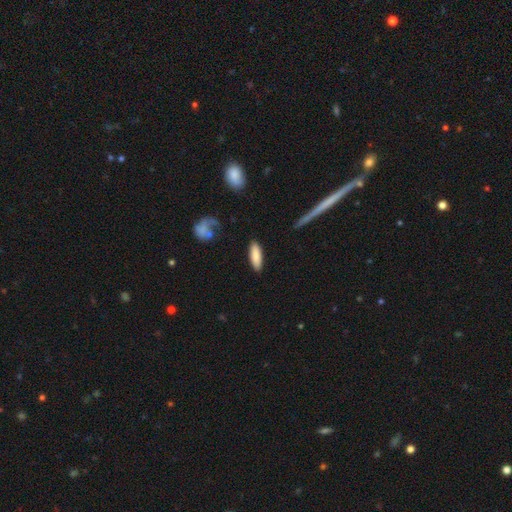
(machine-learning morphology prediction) This is clearly a smooth galaxy (85%). How rounded: possibly in between (55%). Merging: clearly none (86%).